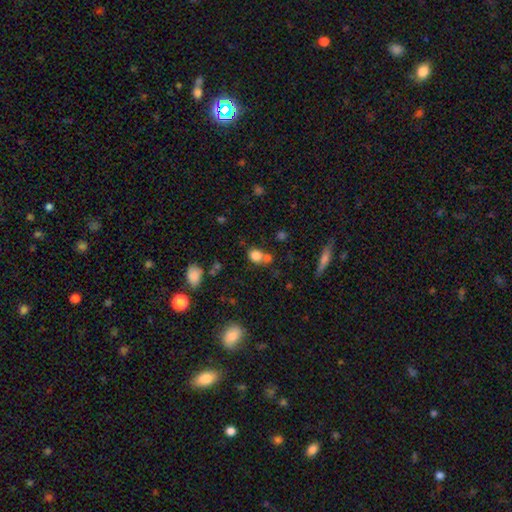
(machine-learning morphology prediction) A smooth galaxy with no disk features (80%) that is round (67%).

Vote fractions:
- Smooth or featured? smooth: 80% / star or artifact: 12% / featured or disk: 8%
- How rounded? round: 67% / in between: 32% / cigar-shaped: 1%
- Merging? none: 51% / merger: 33% / minor disturbance: 12% / major disturbance: 5%